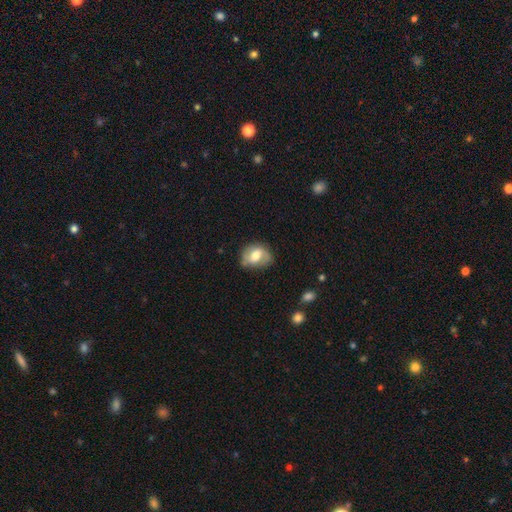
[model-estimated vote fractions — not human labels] This is possibly a smooth galaxy (49%). Merging: likely none (67%).